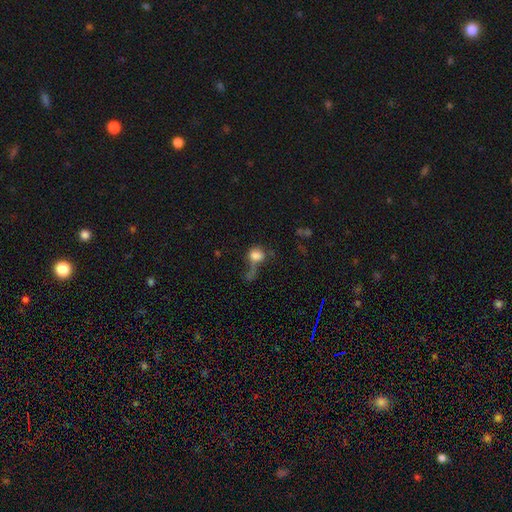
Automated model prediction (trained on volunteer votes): Morphology: type=smooth (72%); roundness=round (53%); merging=major disturbance (41%).